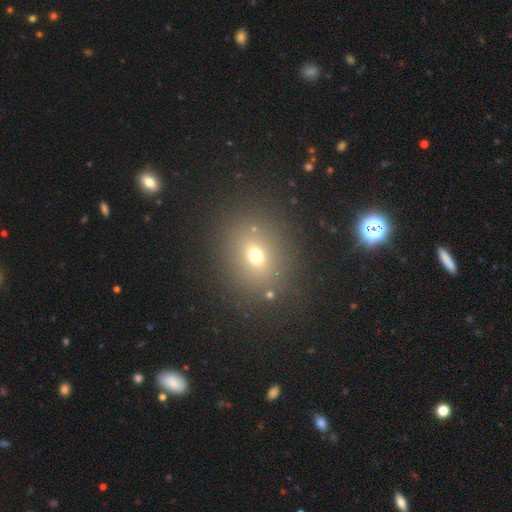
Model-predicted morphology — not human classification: This appears to be a smooth galaxy with no disk features (66%) that is round (58%). Merging: none (82%).